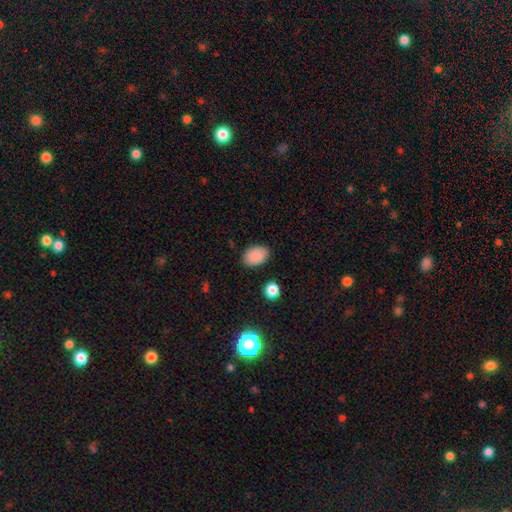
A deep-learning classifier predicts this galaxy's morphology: smooth_or_featured: smooth (p=0.89) [alt: star or artifact p=0.08]
how_rounded: in between (p=0.84) [alt: round p=0.15]
merging: none (p=0.85) [alt: minor disturbance p=0.11]